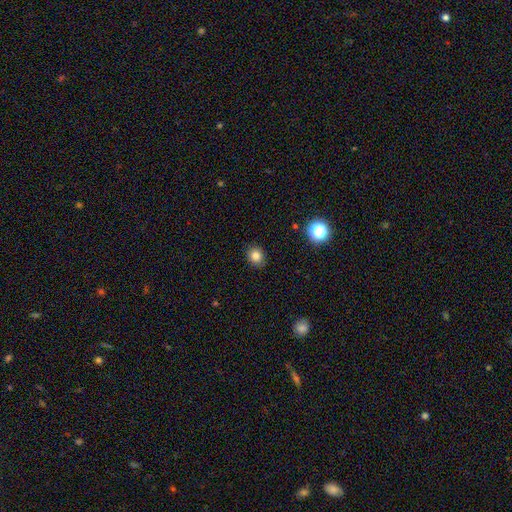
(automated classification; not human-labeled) smooth-or-featured: smooth: 82% | star or artifact: 12% | featured or disk: 5%
  how-rounded: round: 70% | in between: 29% | cigar-shaped: 1%
  merging: none: 88% | minor disturbance: 9% | major disturbance: 2% | merger: 1%